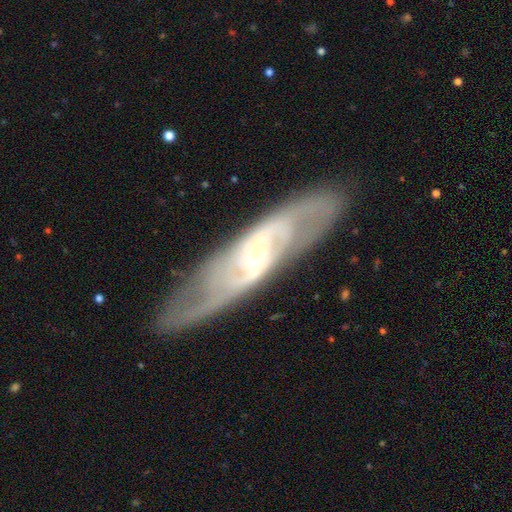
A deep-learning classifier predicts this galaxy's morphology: featured or disk 82%, smooth 12%, star or artifact 6%. Down the decision tree: edge-on disk — no (77%); bar — weak (43%); spiral arms — yes (89%); spiral arm count — 2 (70%); spiral winding — medium (47%); bulge size — small (65%); merging — none (80%).